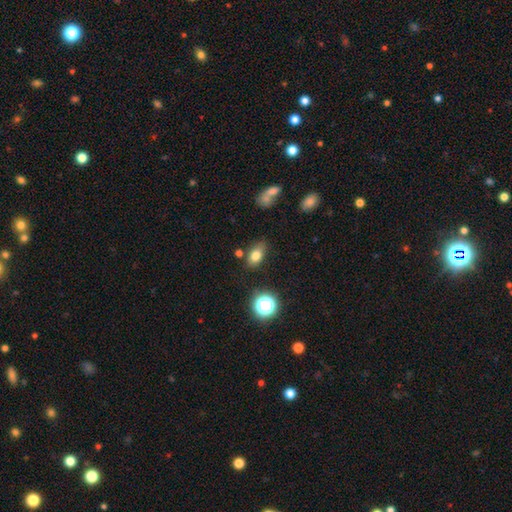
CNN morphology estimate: smooth_or_featured: smooth (p=0.77) [alt: star or artifact p=0.12]
how_rounded: in between (p=0.83) [alt: round p=0.13]
merging: none (p=0.76) [alt: minor disturbance p=0.15]